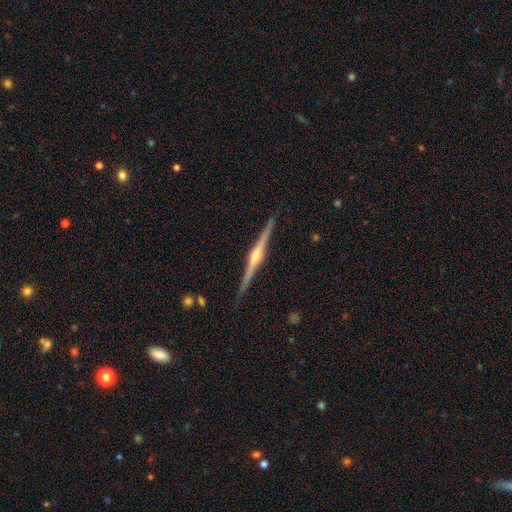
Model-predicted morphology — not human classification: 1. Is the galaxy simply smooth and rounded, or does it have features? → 86% featured or disk, 9% smooth, 5% star or artifact.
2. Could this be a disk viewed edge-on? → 99% yes, 1% no.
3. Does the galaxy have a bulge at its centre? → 90% rounded, 5% boxy, 4% none.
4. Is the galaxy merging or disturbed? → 90% none, 7% minor disturbance, 1% major disturbance, 1% merger.